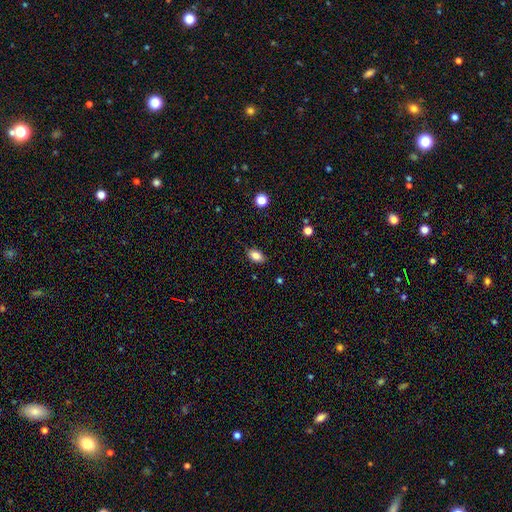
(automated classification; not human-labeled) Q: Smooth or featured?
A: smooth (85%); runner-up: star or artifact (9%)
Q: How rounded?
A: in between (88%); runner-up: round (10%)
Q: Merging?
A: none (84%); runner-up: minor disturbance (12%)